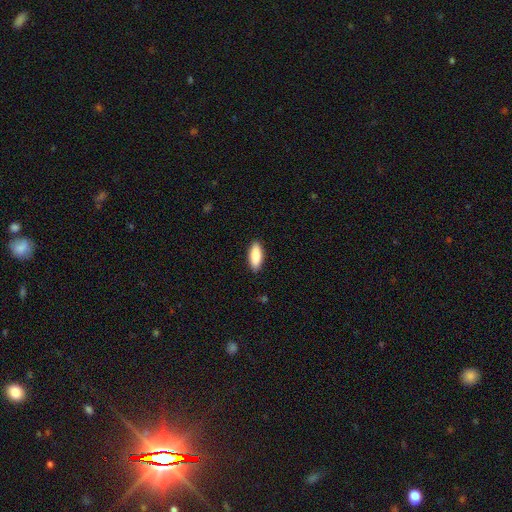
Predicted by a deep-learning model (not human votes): Smooth or featured?
  - smooth: 86% *
  - featured or disk: 8%
  - star or artifact: 6%
How rounded?
  - in between: 73% *
  - cigar-shaped: 25%
  - round: 2%
Merging?
  - none: 89% *
  - minor disturbance: 8%
  - major disturbance: 2%
  - merger: 1%